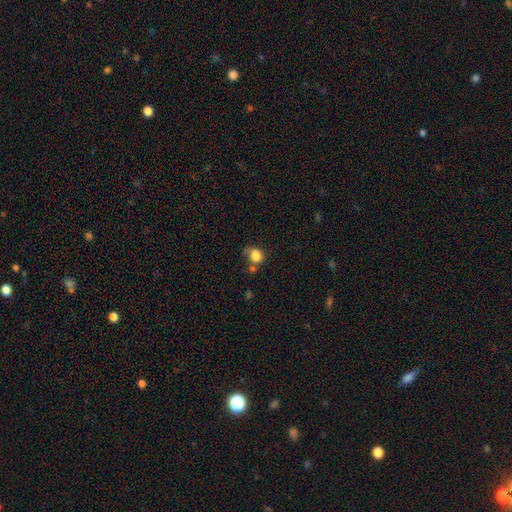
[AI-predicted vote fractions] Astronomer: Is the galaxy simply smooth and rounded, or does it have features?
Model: smooth — 81%.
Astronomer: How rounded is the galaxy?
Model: round — 55% (runner-up: in between, 44%).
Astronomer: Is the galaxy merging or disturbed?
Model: none — 38% (runner-up: minor disturbance, 27%).